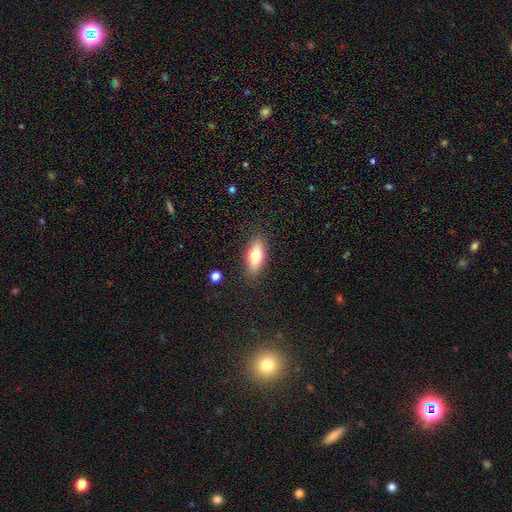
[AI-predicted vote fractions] Overall: smooth (68%). How rounded: in between (76%). Merging: none (78%).